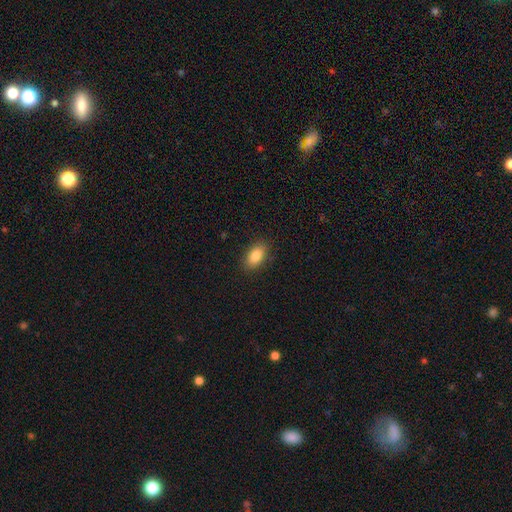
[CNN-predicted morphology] Smooth or featured? smooth (84%)
How rounded? in between (90%)
Merging? none (87%)